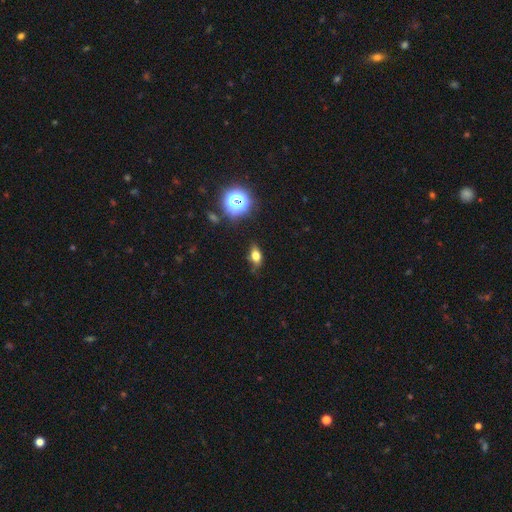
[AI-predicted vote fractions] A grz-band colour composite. It shows a smooth galaxy with no disk features (65%) that is in between round and cigar-shaped (72%). Merging: none (75%).